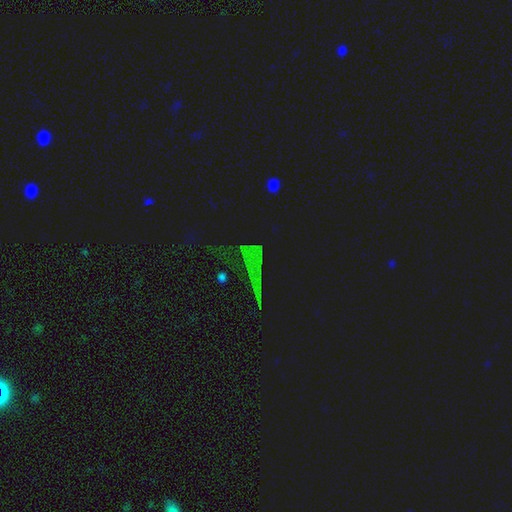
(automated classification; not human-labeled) Q: Smooth or featured?
A: star or artifact (74%); runner-up: smooth (15%)